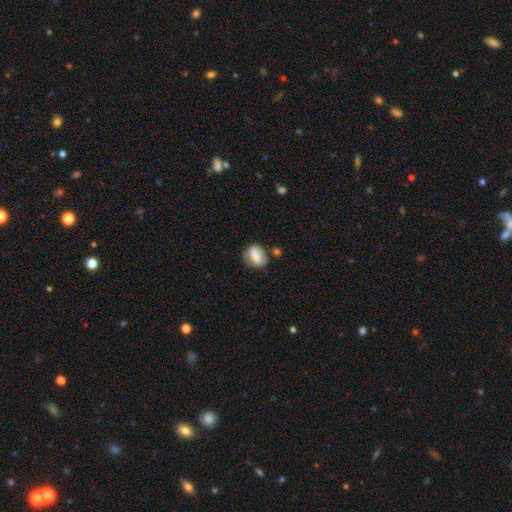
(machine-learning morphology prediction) A smooth galaxy with no disk features (61%) that is round (50%).

Vote fractions:
- Smooth or featured? smooth: 61% / featured or disk: 31% / star or artifact: 8%
- How rounded? round: 50% / in between: 48% / cigar-shaped: 2%
- Merging? none: 62% / minor disturbance: 23% / merger: 8% / major disturbance: 7%